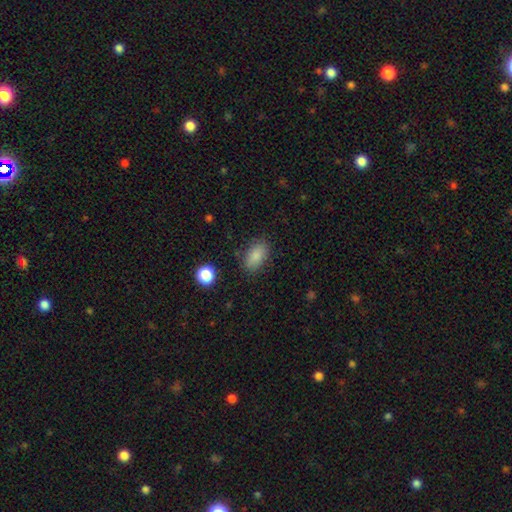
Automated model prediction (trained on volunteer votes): This appears to be a smooth galaxy with no disk features (86%) that is in between round and cigar-shaped (89%). Merging: none (82%).